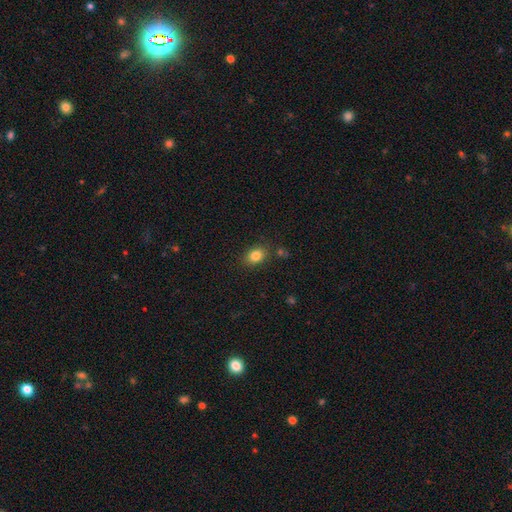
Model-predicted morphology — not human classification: smooth_or_featured: smooth (p=0.83) [alt: star or artifact p=0.10]
how_rounded: in between (p=0.69) [alt: round p=0.30]
merging: none (p=0.82) [alt: minor disturbance p=0.11]